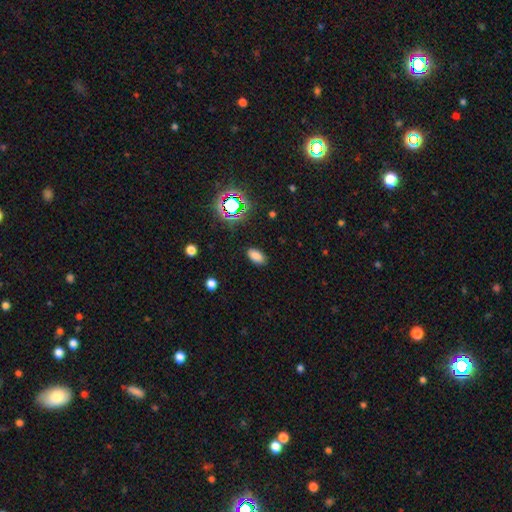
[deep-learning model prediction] smooth 79%, star or artifact 16%, featured or disk 5%. Down the decision tree: how rounded — in between (92%); merging — none (87%).